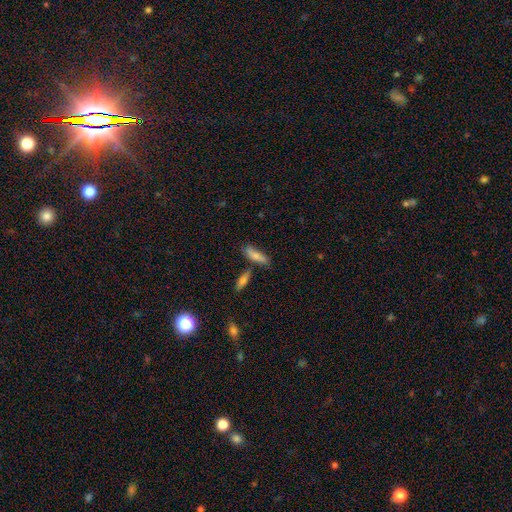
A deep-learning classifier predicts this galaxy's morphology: smooth_or_featured: smooth (p=0.78) [alt: featured or disk p=0.15]
how_rounded: cigar-shaped (p=0.54) [alt: in between p=0.44]
merging: none (p=0.63) [alt: minor disturbance p=0.17]